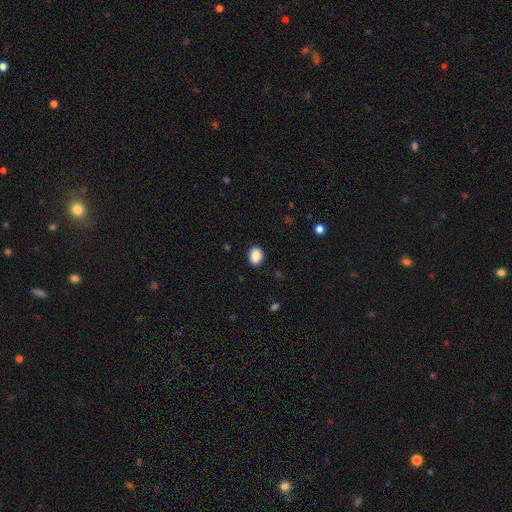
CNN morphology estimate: A smooth galaxy with no disk features (89%) that is in between round and cigar-shaped (58%).

Vote fractions:
- Smooth or featured? smooth: 89% / star or artifact: 8% / featured or disk: 3%
- How rounded? in between: 58% / round: 41% / cigar-shaped: 1%
- Merging? none: 89% / minor disturbance: 8% / major disturbance: 2% / merger: 1%